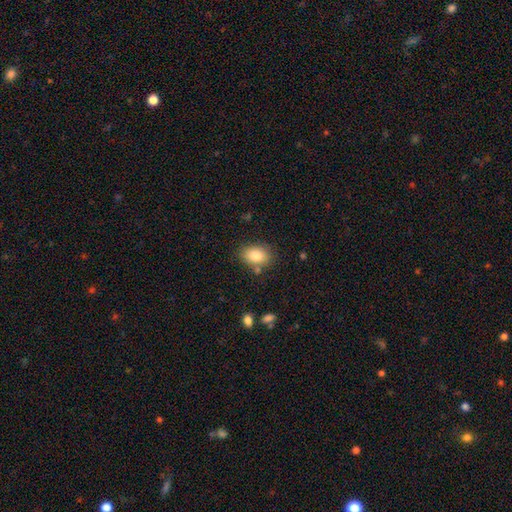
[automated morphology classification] A smooth galaxy with no disk features (83%) that is in between round and cigar-shaped (84%).

Vote fractions:
- Smooth or featured? smooth: 83% / featured or disk: 9% / star or artifact: 8%
- How rounded? in between: 84% / round: 14% / cigar-shaped: 1%
- Merging? none: 79% / minor disturbance: 13% / merger: 5% / major disturbance: 3%